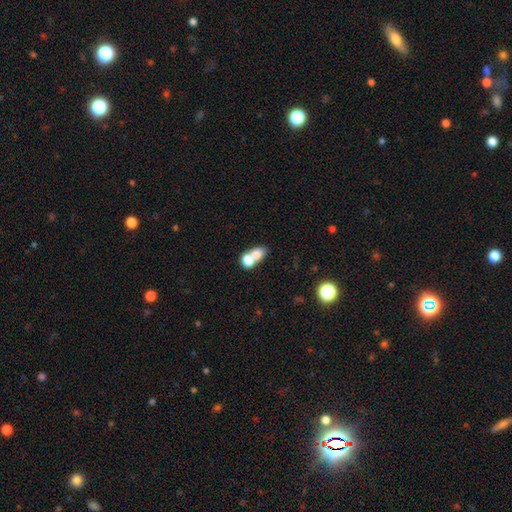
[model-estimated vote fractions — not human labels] Smooth or featured? Predicted: smooth (p=0.73). How rounded? Predicted: in between (p=0.61). Merging? Predicted: merger (p=0.62).